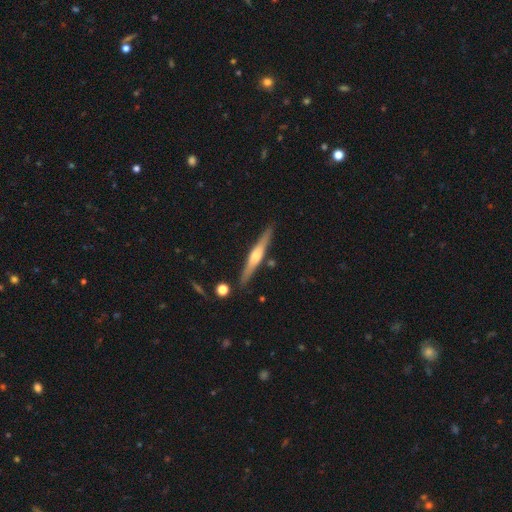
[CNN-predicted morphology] The model was most divided on "smooth or featured": featured or disk: 69%, smooth: 25%, star or artifact: 6%. More confident: edge-on disk — yes (97%); merging — none (87%); edge-on bulge — rounded (87%).